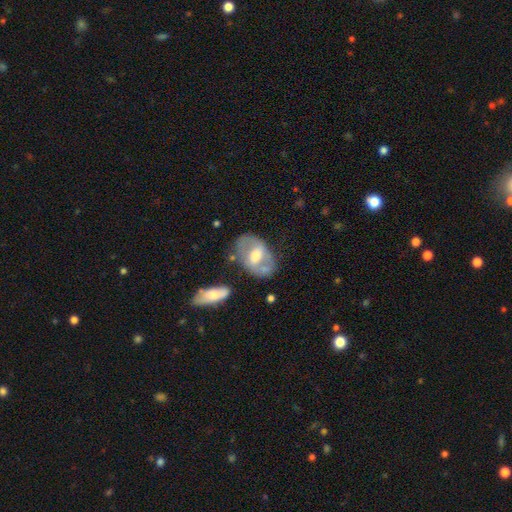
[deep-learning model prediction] smooth_or_featured: featured or disk (p=0.62) [alt: smooth p=0.32]
disk_edge_on: no (p=0.92) [alt: yes p=0.08]
bar: weak (p=0.41) [alt: strong p=0.31]
has_spiral_arms: no (p=0.51) [alt: yes p=0.49]
bulge_size: moderate (p=0.66) [alt: small p=0.22]
merging: none (p=0.61) [alt: minor disturbance p=0.20]